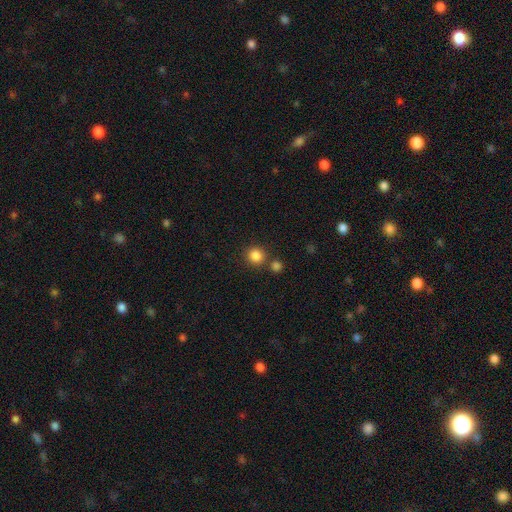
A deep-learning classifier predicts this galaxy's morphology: Smooth or featured: smooth — 85% (star or artifact — 11%)
How rounded: round — 91% (in between — 9%)
Merging: none — 74% (merger — 15%)